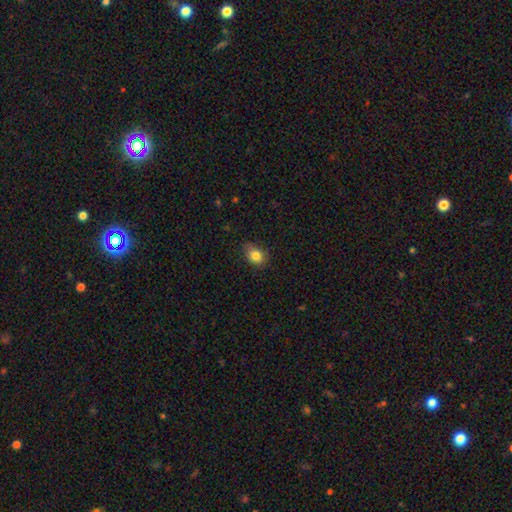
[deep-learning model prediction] A smooth galaxy with no disk features (83%) that is in between round and cigar-shaped (61%). Merging: none (74%).